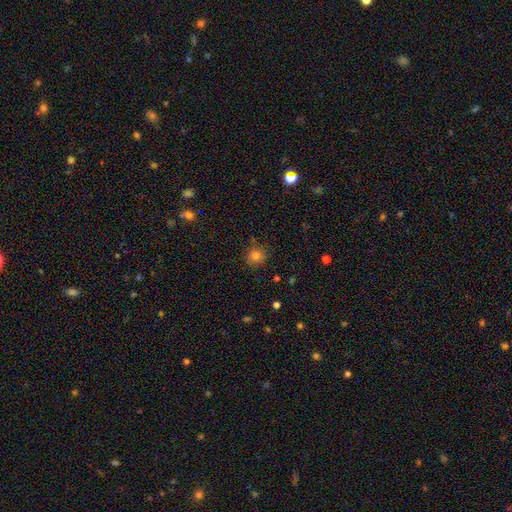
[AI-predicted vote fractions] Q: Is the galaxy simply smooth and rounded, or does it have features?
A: smooth — 79%.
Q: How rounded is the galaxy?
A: round — 89%.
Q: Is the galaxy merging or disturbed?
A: none — 85%.